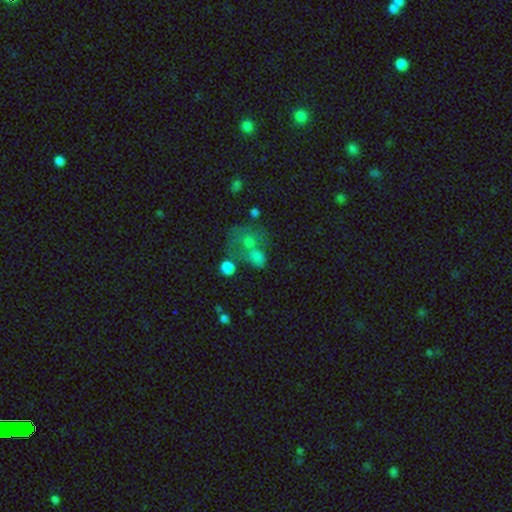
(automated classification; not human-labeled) The model was most divided on "how rounded": in between: 57%, round: 41%, cigar-shaped: 2%. Remaining: smooth or featured — smooth (63%); merging — merger (44%).